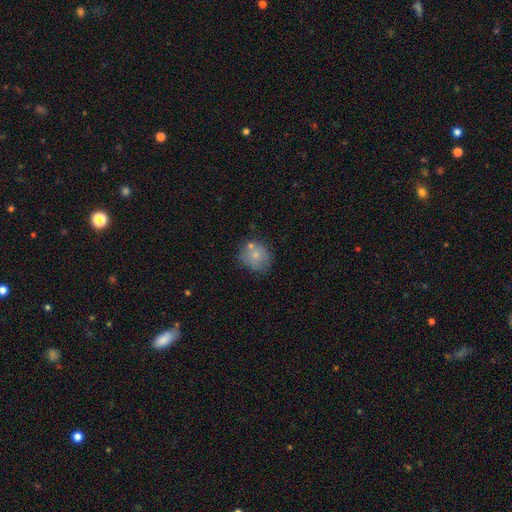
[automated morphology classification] A smooth galaxy with no disk features (74%) that is round (80%). Merging: none (63%).